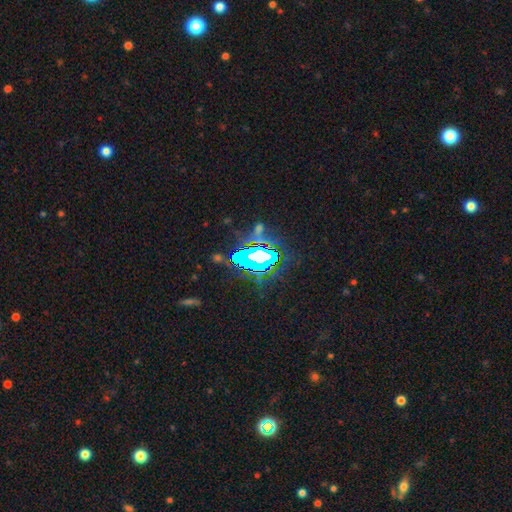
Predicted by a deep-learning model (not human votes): Smooth or featured? Predicted: star or artifact (p=0.61).